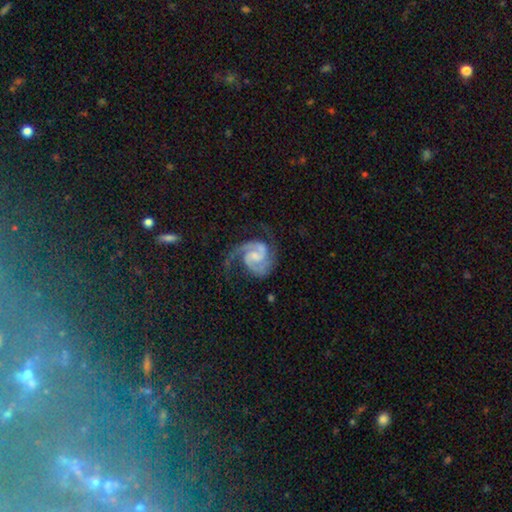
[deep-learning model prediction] featured or disk 92%, smooth 4%, star or artifact 4%. Down the decision tree: edge-on disk — no (98%); bar — weak (47%); spiral arms — yes (98%); spiral arm count — 2 (89%); spiral winding — medium (54%); bulge size — small (41%); merging — none (64%).